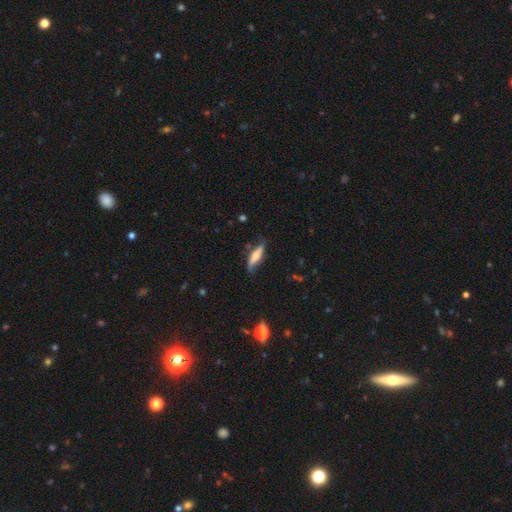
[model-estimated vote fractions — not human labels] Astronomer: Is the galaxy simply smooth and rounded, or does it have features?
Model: smooth — 55% (runner-up: featured or disk, 38%).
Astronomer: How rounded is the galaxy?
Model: cigar-shaped — 69%.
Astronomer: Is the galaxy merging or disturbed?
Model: none — 62%.